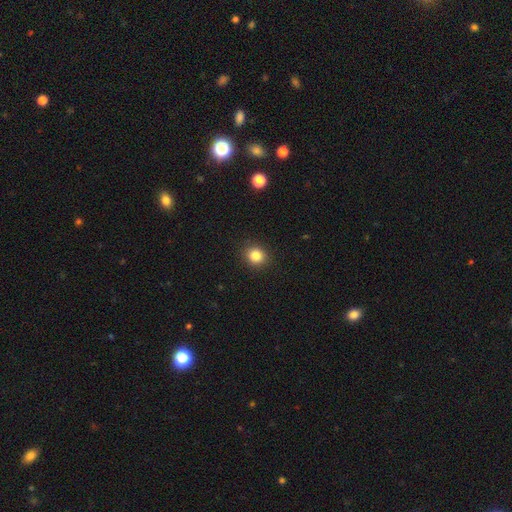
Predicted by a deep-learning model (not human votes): Smooth or featured? smooth (83%)
How rounded? round (83%)
Merging? none (91%)